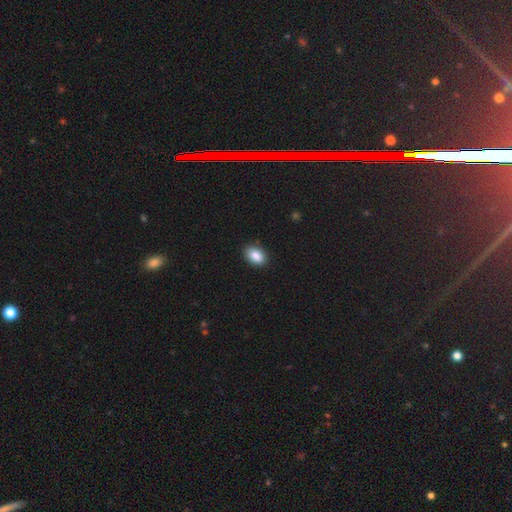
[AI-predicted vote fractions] Q: Smooth or featured?
A: smooth (88%); runner-up: star or artifact (8%)
Q: How rounded?
A: in between (87%); runner-up: round (12%)
Q: Merging?
A: none (88%); runner-up: minor disturbance (9%)